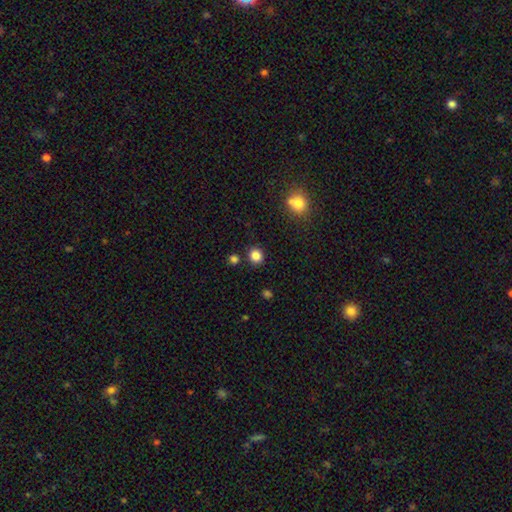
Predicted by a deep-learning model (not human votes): smooth_or_featured: smooth (p=0.84) [alt: star or artifact p=0.12]
how_rounded: round (p=0.86) [alt: in between p=0.13]
merging: none (p=0.87) [alt: minor disturbance p=0.06]